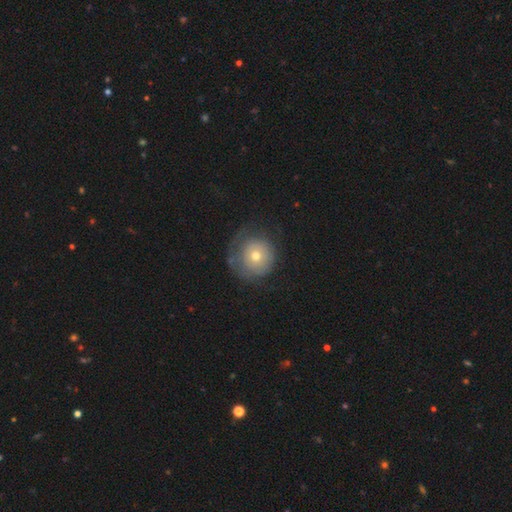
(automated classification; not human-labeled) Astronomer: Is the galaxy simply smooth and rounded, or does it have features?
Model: smooth — 55% (runner-up: featured or disk, 37%).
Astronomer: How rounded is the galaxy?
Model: round — 93%.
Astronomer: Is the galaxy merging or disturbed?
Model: none — 59%.